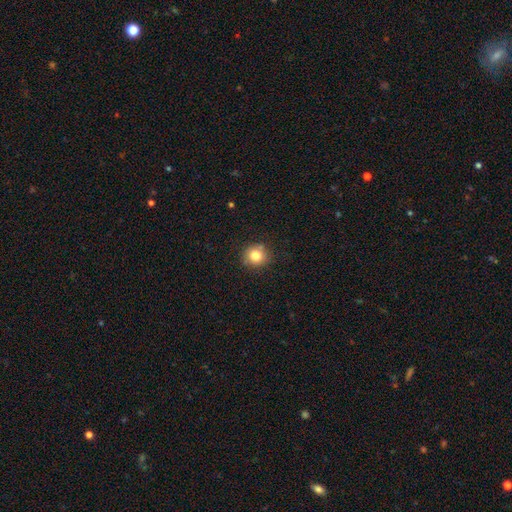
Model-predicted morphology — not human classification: Smooth or featured? Predicted: smooth (p=0.81). How rounded? Predicted: round (p=0.89). Merging? Predicted: none (p=0.85).